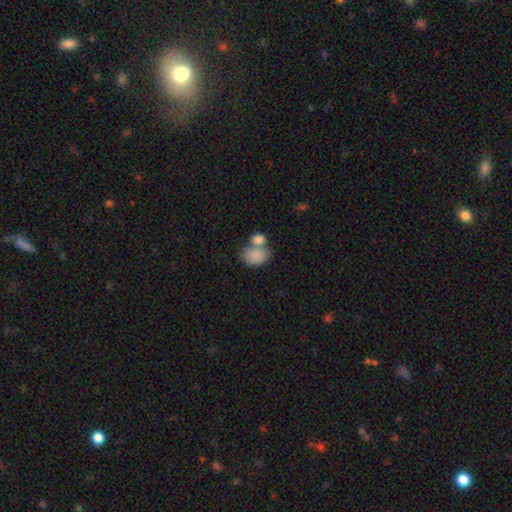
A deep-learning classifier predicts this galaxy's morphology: Smooth or featured: smooth — 84% (featured or disk — 9%)
How rounded: in between — 73% (round — 26%)
Merging: merger — 50% (none — 34%)